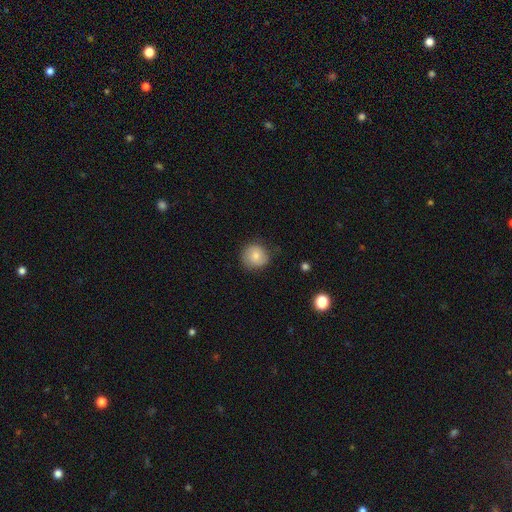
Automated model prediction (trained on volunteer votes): smooth_or_featured: smooth (p=0.77) [alt: featured or disk p=0.14]
how_rounded: round (p=0.89) [alt: in between p=0.10]
merging: none (p=0.78) [alt: minor disturbance p=0.17]